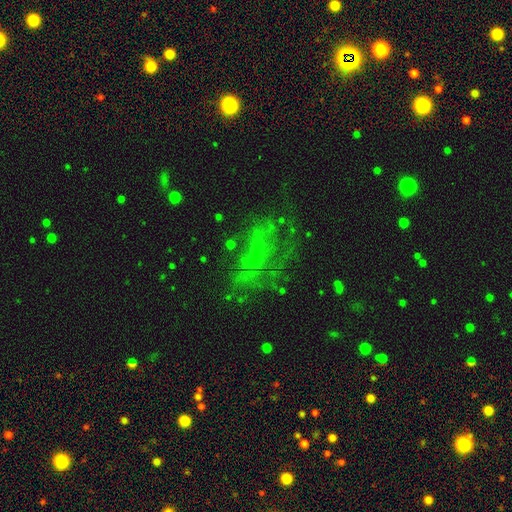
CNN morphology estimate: featured or disk 51%, smooth 28%, star or artifact 21%. Down the decision tree: edge-on disk — no (90%); merging — none (49%).